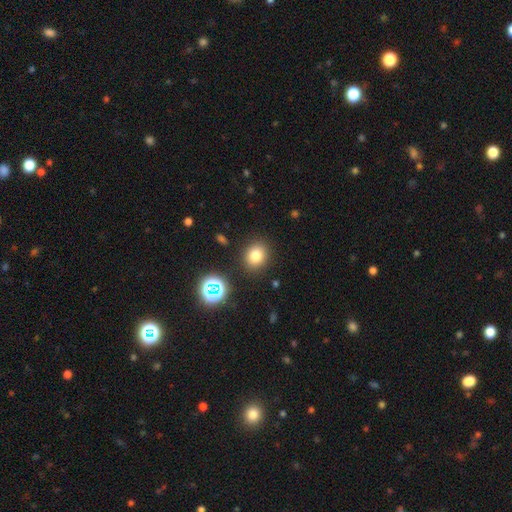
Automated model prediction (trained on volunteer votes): Smooth or featured? smooth (77%)
How rounded? round (69%)
Merging? none (87%)